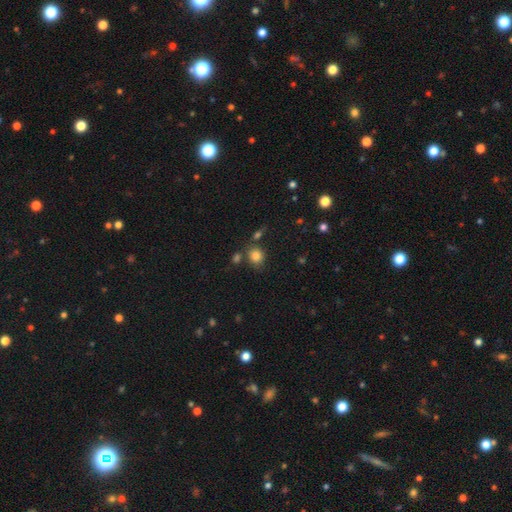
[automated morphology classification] Q: Smooth or featured?
A: smooth (83%); runner-up: star or artifact (11%)
Q: How rounded?
A: round (65%); runner-up: in between (34%)
Q: Merging?
A: none (71%); runner-up: minor disturbance (13%)